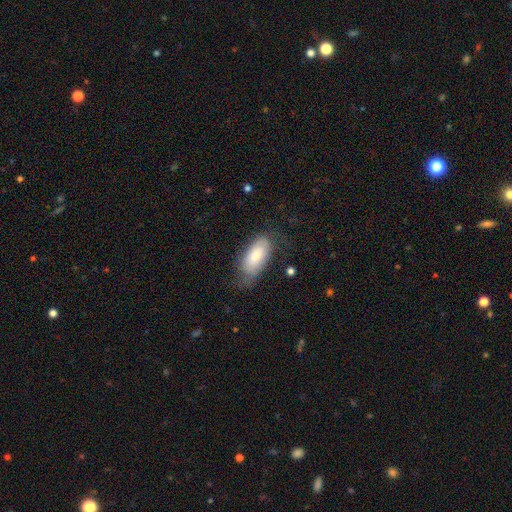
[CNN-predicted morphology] Smooth or featured?
  - smooth: 69% *
  - featured or disk: 25%
  - star or artifact: 6%
How rounded?
  - in between: 91% *
  - cigar-shaped: 7%
  - round: 3%
Merging?
  - none: 53% *
  - minor disturbance: 29%
  - major disturbance: 16%
  - merger: 2%